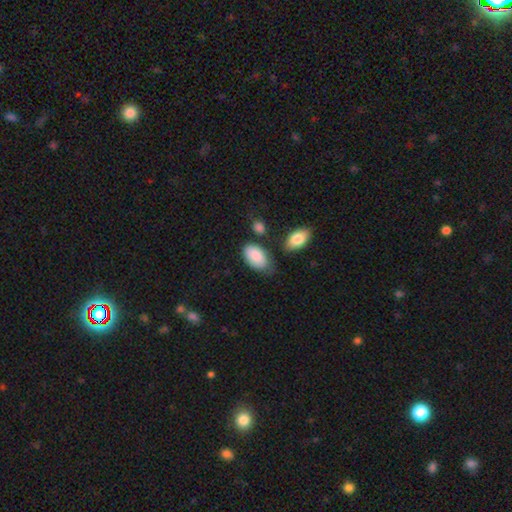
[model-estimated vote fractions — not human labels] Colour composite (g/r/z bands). It shows a smooth galaxy with no disk features (87%) that is in between round and cigar-shaped (95%). Merging: none (56%).